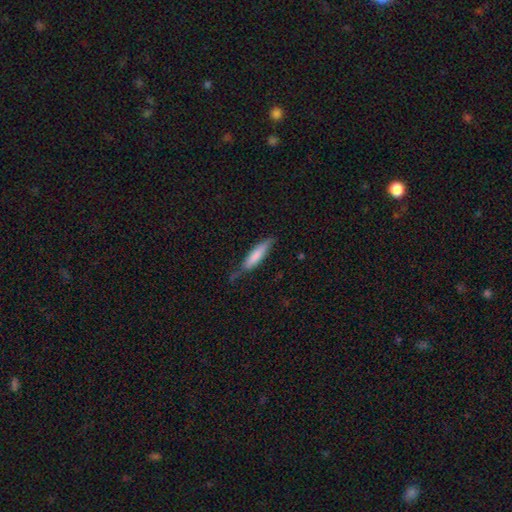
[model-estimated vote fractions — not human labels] Smooth or featured? smooth (73%)
How rounded? cigar-shaped (74%)
Merging? none (56%)